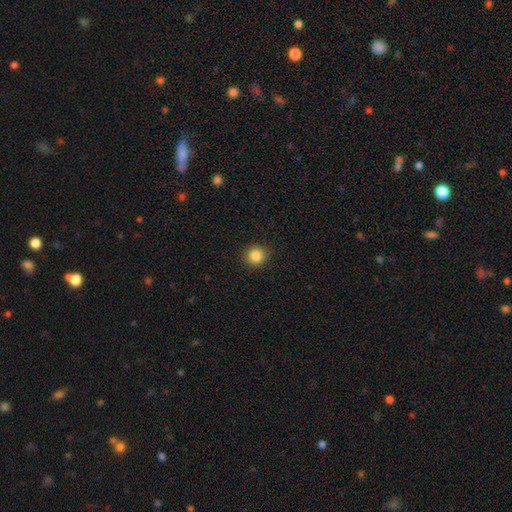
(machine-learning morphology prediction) Smooth or featured? smooth (85%)
How rounded? round (87%)
Merging? none (90%)